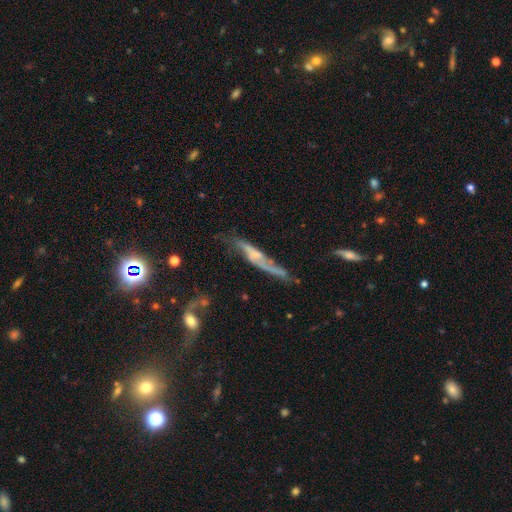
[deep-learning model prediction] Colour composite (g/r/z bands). It shows a featured or disk galaxy (66%) viewed edge-on (57%). Merging: none (44%).